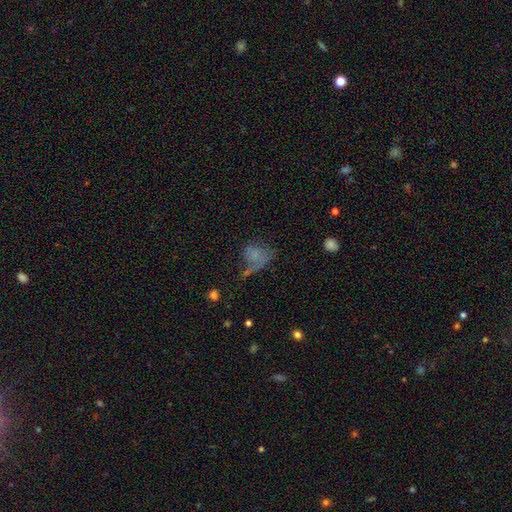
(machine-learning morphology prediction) Overall: smooth (55%; featured or disk 28%). How rounded: in between (55%; round 42%). Merging: major disturbance (36%; none 30%).